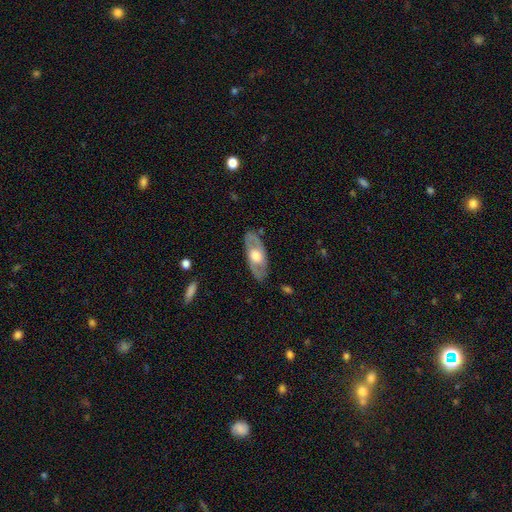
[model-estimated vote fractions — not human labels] A featured or disk galaxy (59%). Merging: none (83%).